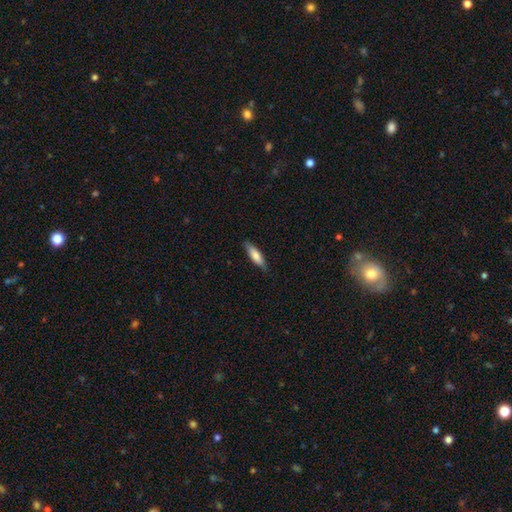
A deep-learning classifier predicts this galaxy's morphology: Overall: smooth (76%). How rounded: cigar-shaped (58%; in between 41%). Merging: none (83%).